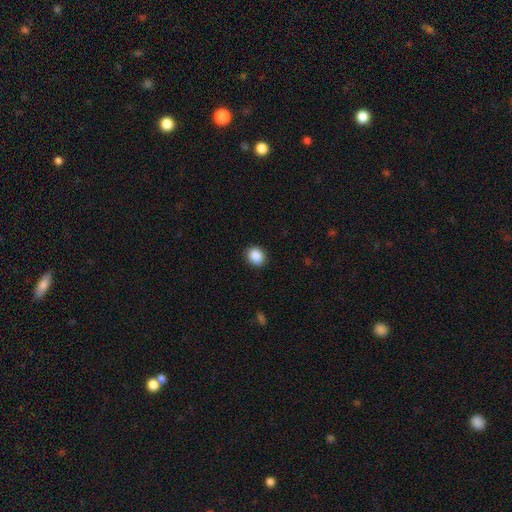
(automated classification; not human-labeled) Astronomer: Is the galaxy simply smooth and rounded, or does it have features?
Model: smooth — 89%.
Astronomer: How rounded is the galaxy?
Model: round — 63%.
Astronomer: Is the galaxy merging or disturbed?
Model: none — 90%.